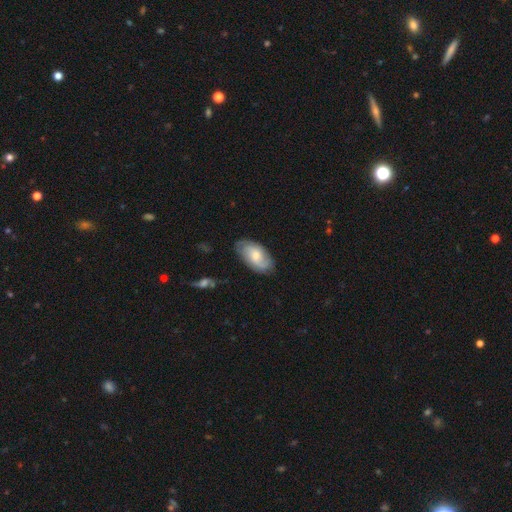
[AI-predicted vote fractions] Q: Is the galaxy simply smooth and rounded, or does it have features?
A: featured or disk — 50%.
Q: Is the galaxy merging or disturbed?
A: none — 77%.